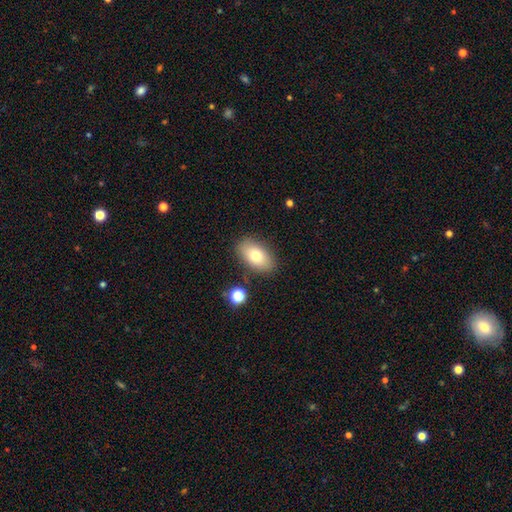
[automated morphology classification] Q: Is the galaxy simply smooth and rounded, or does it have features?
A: smooth — 75%.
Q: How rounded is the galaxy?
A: in between — 91%.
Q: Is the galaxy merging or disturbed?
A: none — 85%.